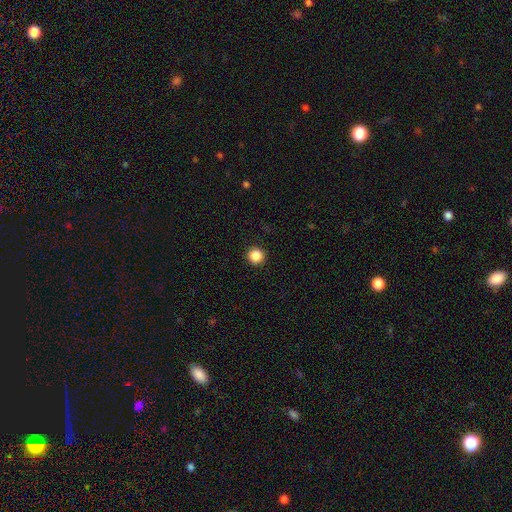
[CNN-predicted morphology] smooth_or_featured: smooth (p=0.87) [alt: star or artifact p=0.10]
how_rounded: round (p=0.96) [alt: in between p=0.03]
merging: none (p=0.93) [alt: minor disturbance p=0.04]